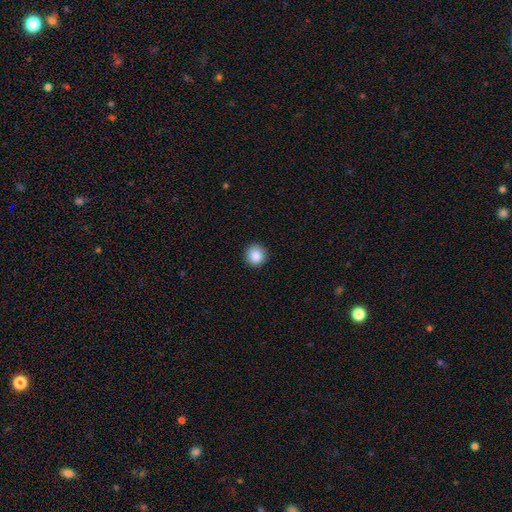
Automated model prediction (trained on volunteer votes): A smooth galaxy with no disk features (88%) that is round (95%). Merging: none (93%).